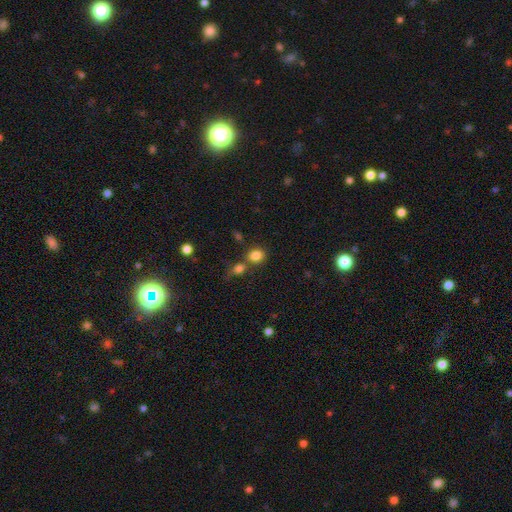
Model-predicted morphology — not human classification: smooth_or_featured: smooth (p=0.83) [alt: star or artifact p=0.11]
how_rounded: round (p=0.61) [alt: in between p=0.38]
merging: none (p=0.61) [alt: merger p=0.26]